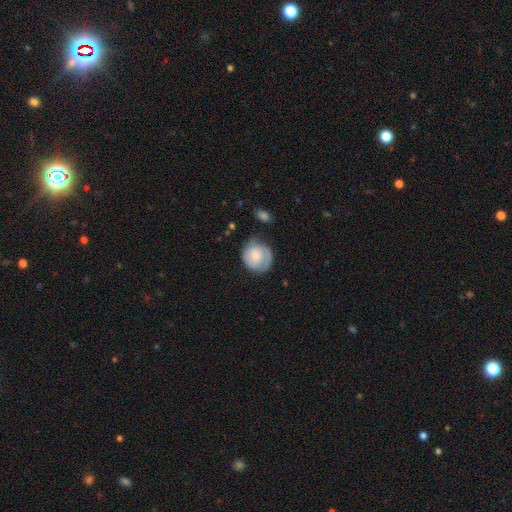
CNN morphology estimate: smooth-or-featured: smooth: 54% | featured or disk: 39% | star or artifact: 6%
  how-rounded: round: 82% | in between: 17% | cigar-shaped: 1%
  merging: none: 61% | minor disturbance: 26% | major disturbance: 10% | merger: 3%